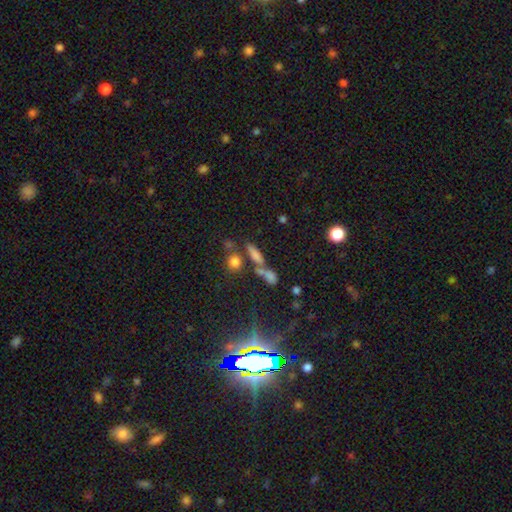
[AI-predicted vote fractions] A smooth galaxy with no disk features (45%).

Vote fractions:
- Smooth or featured? smooth: 45% / star or artifact: 37% / featured or disk: 18%
- Merging? none: 54% / merger: 28% / minor disturbance: 11% / major disturbance: 7%